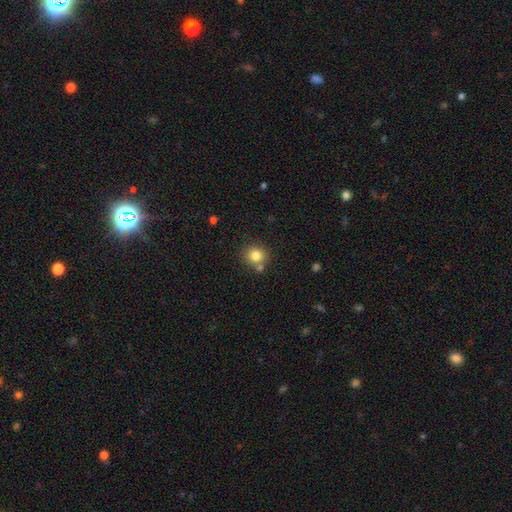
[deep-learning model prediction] Overall: smooth (80%). How rounded: round (88%). Merging: none (74%).